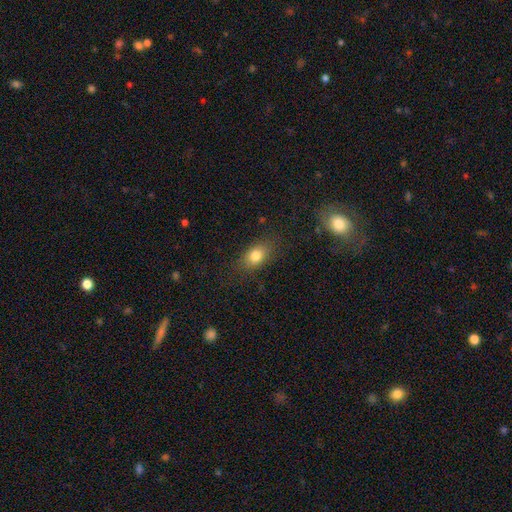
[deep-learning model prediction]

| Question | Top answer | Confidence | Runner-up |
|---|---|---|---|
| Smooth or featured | smooth | 80% | featured or disk (10%) |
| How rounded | in between | 77% | round (19%) |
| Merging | none | 81% | minor disturbance (13%) |